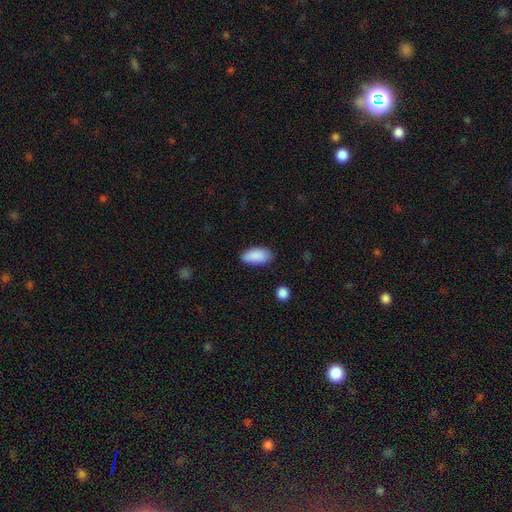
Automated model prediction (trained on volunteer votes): Smooth or featured? smooth (89%)
How rounded? in between (93%)
Merging? none (78%)